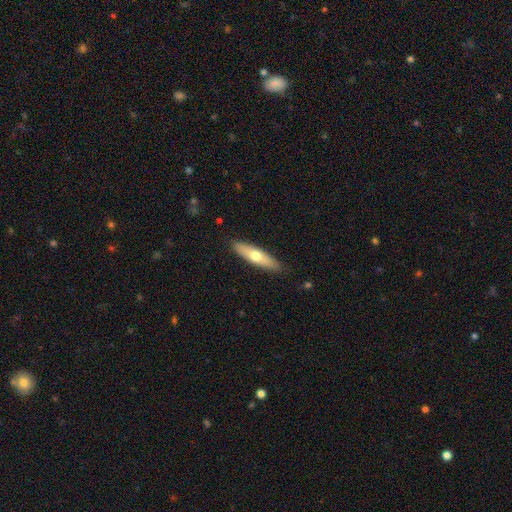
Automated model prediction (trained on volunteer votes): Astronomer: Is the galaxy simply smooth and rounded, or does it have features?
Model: smooth — 57% (runner-up: featured or disk, 38%).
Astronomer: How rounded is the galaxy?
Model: cigar-shaped — 72%.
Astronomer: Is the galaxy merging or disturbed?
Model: none — 88%.